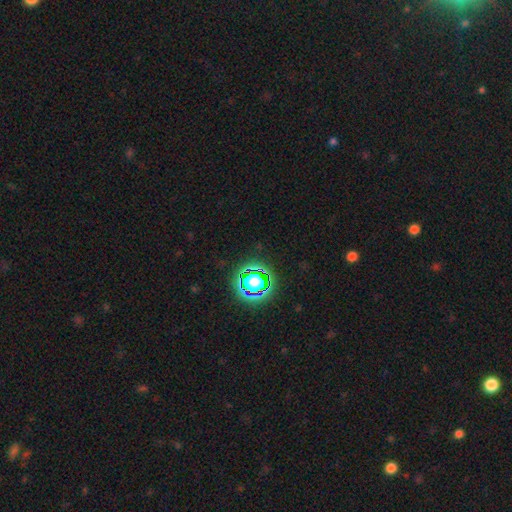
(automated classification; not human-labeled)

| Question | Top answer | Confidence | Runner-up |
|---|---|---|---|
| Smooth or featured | star or artifact | 79% | smooth (13%) |